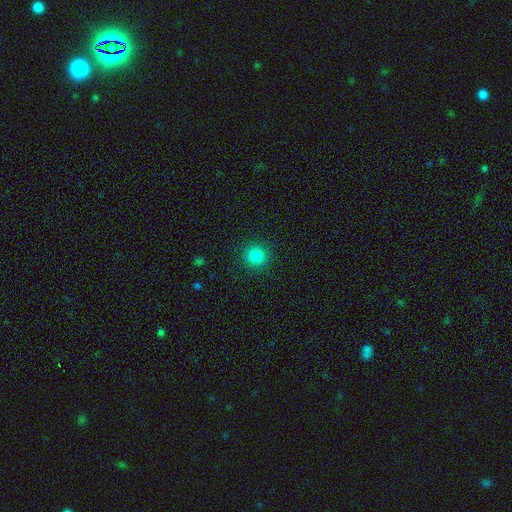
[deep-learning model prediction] smooth 84%, star or artifact 12%, featured or disk 4%. Down the decision tree: how rounded — round (95%); merging — none (91%).